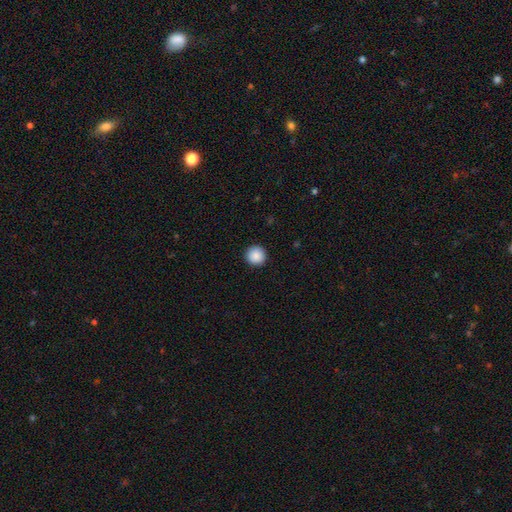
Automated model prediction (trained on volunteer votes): Smooth or featured? Predicted: smooth (p=0.89). How rounded? Predicted: round (p=0.95). Merging? Predicted: none (p=0.93).